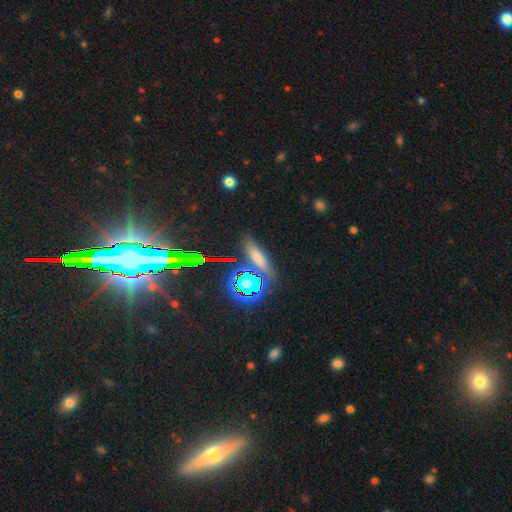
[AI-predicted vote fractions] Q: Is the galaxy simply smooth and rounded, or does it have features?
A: smooth — 53%.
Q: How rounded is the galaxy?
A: cigar-shaped — 46%.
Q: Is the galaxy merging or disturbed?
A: none — 82%.